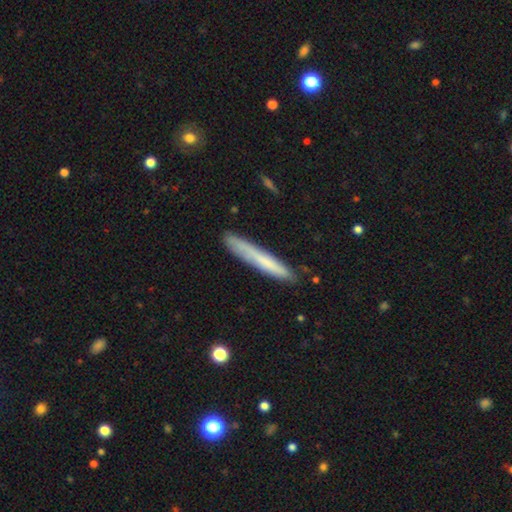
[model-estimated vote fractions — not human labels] Smooth or featured?
  - smooth: 63% *
  - featured or disk: 29%
  - star or artifact: 8%
How rounded?
  - cigar-shaped: 96% *
  - in between: 3%
  - round: 1%
Merging?
  - none: 83% *
  - minor disturbance: 13%
  - major disturbance: 2%
  - merger: 2%